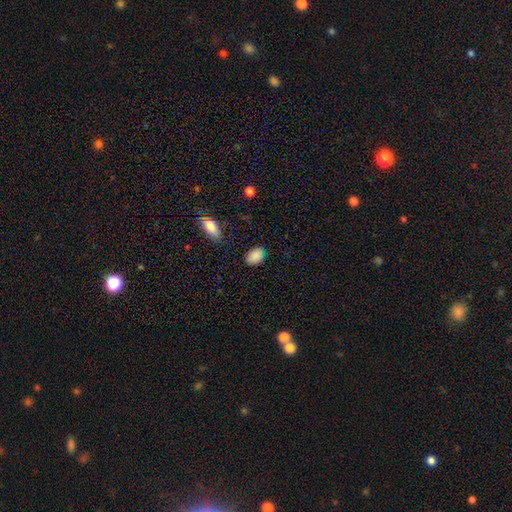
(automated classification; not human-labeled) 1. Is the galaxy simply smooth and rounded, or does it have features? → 87% smooth, 9% star or artifact, 5% featured or disk.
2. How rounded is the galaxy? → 81% in between, 18% round, 1% cigar-shaped.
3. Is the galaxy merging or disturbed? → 78% none, 17% minor disturbance, 3% major disturbance, 2% merger.